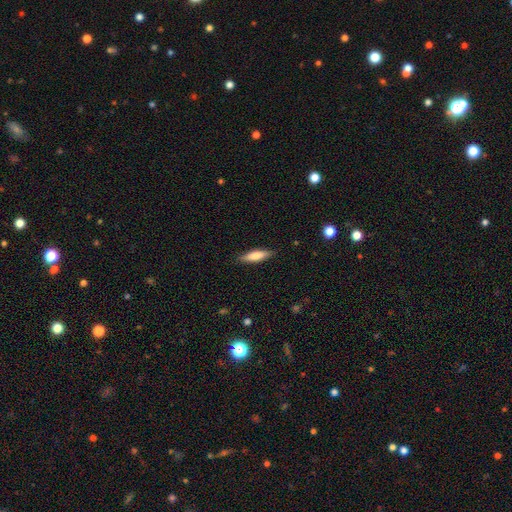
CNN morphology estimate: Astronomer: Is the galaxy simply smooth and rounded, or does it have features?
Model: smooth — 70%.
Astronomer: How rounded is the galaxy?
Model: cigar-shaped — 70%.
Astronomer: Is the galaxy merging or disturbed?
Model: none — 87%.